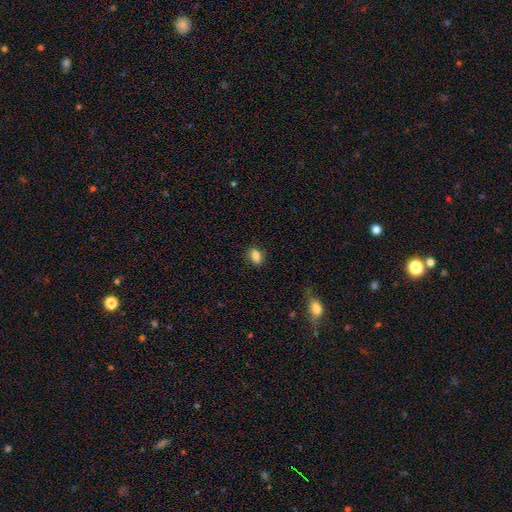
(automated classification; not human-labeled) Smooth or featured?
  - smooth: 83% *
  - star or artifact: 9%
  - featured or disk: 8%
How rounded?
  - in between: 77% *
  - round: 19%
  - cigar-shaped: 4%
Merging?
  - none: 85% *
  - minor disturbance: 11%
  - major disturbance: 2%
  - merger: 1%